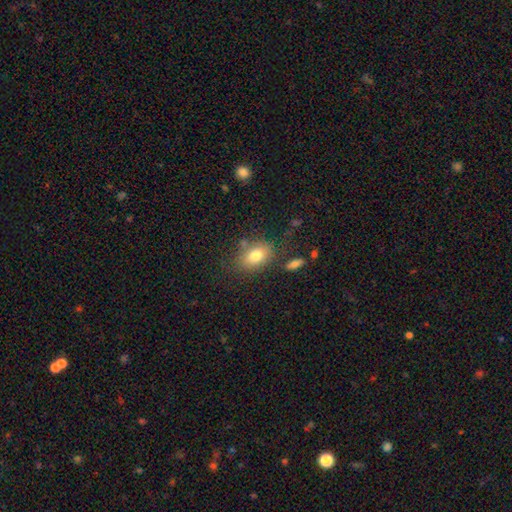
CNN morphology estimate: This appears to be a smooth galaxy with no disk features (79%) that is in between round and cigar-shaped (78%). Merging: none (72%).